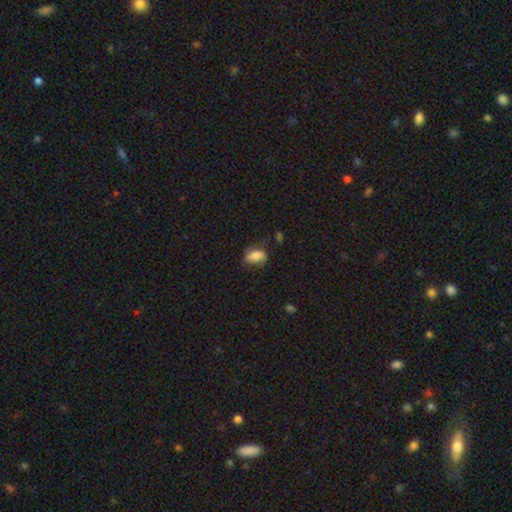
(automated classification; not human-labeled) Overall: smooth (74%). How rounded: in between (83%). Merging: none (63%; minor disturbance 26%).